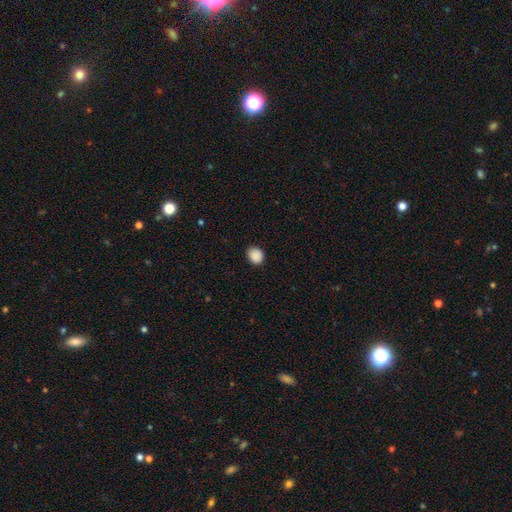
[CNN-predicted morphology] smooth_or_featured: smooth (p=0.89) [alt: star or artifact p=0.09]
how_rounded: round (p=0.64) [alt: in between p=0.35]
merging: none (p=0.87) [alt: minor disturbance p=0.10]